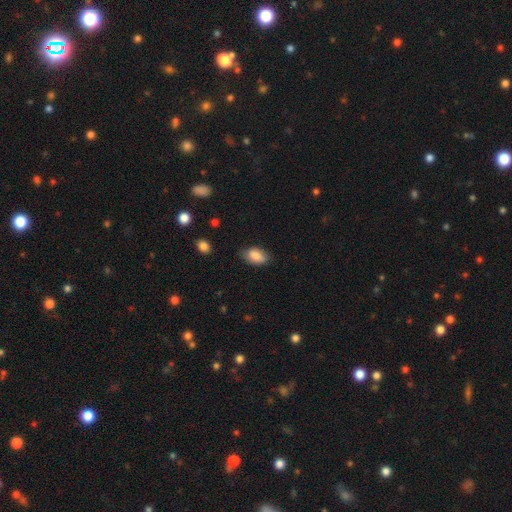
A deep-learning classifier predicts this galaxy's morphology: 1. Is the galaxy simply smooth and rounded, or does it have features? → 85% smooth, 8% featured or disk, 7% star or artifact.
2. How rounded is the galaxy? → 92% in between, 7% round, 2% cigar-shaped.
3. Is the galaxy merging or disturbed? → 74% none, 21% minor disturbance, 4% major disturbance, 1% merger.